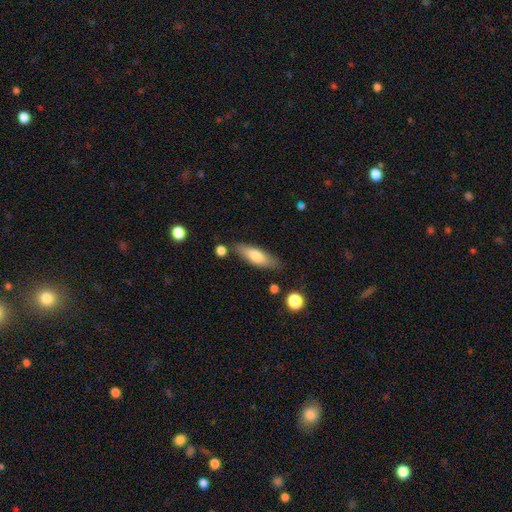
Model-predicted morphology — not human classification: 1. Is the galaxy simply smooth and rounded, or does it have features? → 68% smooth, 26% featured or disk, 6% star or artifact.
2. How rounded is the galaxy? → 51% in between, 47% cigar-shaped, 2% round.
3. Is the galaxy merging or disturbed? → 77% none, 15% minor disturbance, 5% merger, 3% major disturbance.